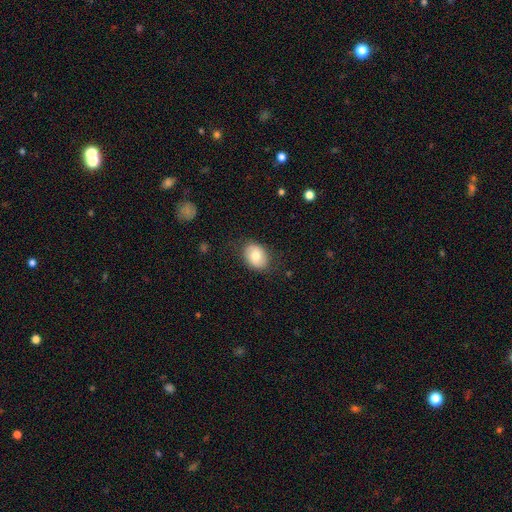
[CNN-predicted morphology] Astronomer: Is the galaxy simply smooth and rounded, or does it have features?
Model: smooth — 75%.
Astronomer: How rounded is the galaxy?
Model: in between — 67%.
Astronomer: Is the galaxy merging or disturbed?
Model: none — 82%.